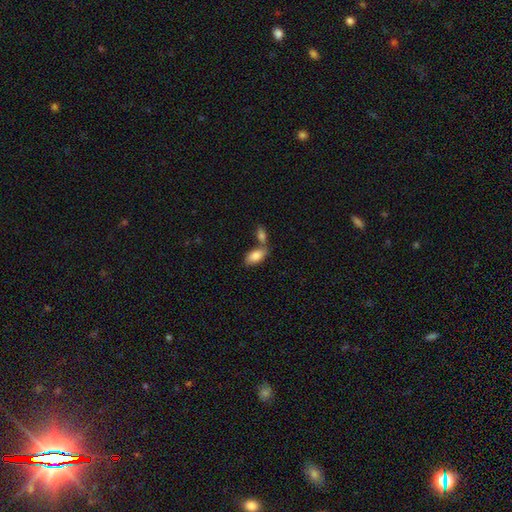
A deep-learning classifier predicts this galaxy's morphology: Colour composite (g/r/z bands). It shows a smooth galaxy with no disk features (85%) that is in between round and cigar-shaped (93%). Merging: none (45%).